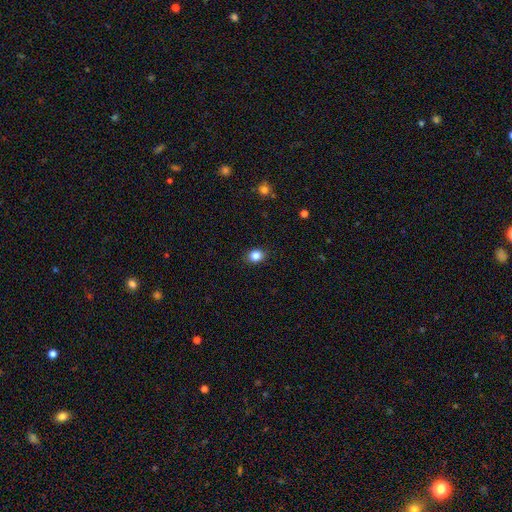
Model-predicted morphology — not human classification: smooth 85%, star or artifact 10%, featured or disk 5%. Down the decision tree: how rounded — round (52%); merging — none (89%).